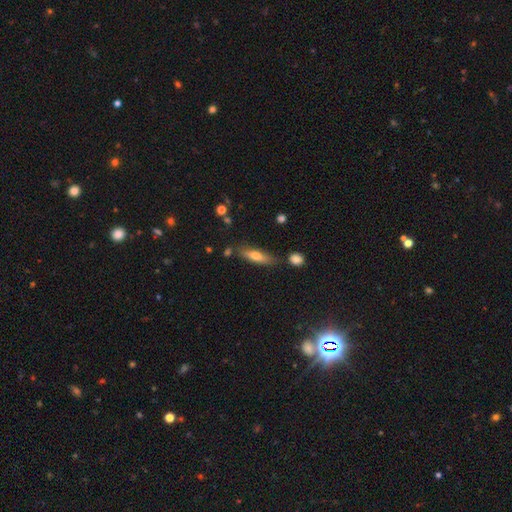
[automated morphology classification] Smooth or featured? Predicted: smooth (p=0.61). How rounded? Predicted: cigar-shaped (p=0.63). Merging? Predicted: none (p=0.75).